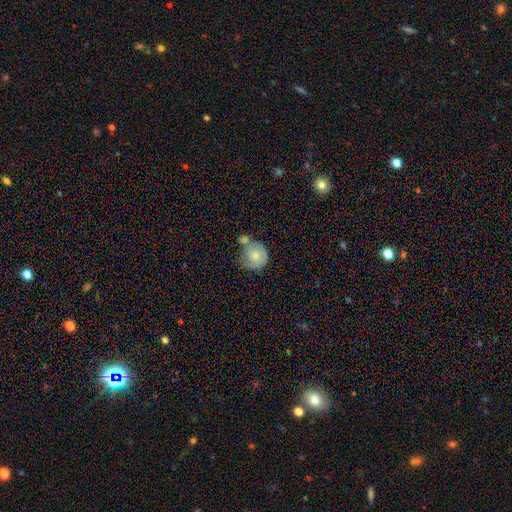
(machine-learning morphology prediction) Smooth or featured? smooth (68%)
How rounded? round (83%)
Merging? none (37%)